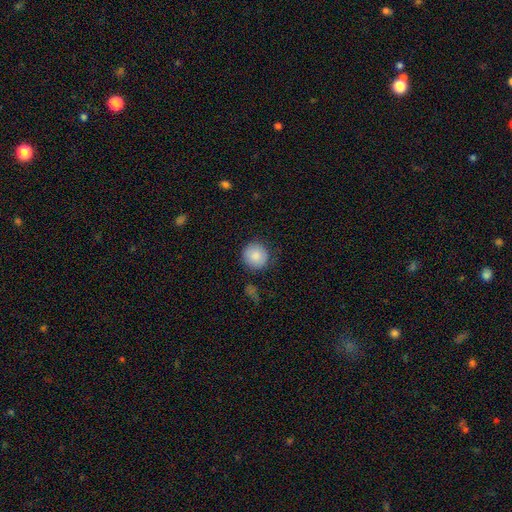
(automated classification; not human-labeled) Morphology: type=smooth (86%); roundness=round (93%); merging=none (84%).